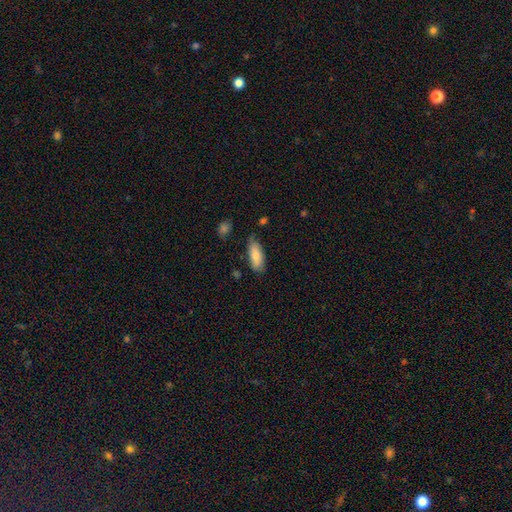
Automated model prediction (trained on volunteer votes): The model was most divided on "merging": none: 68%, minor disturbance: 25%, major disturbance: 4%, merger: 2%. More confident: smooth or featured — smooth (82%); how rounded — in between (79%).